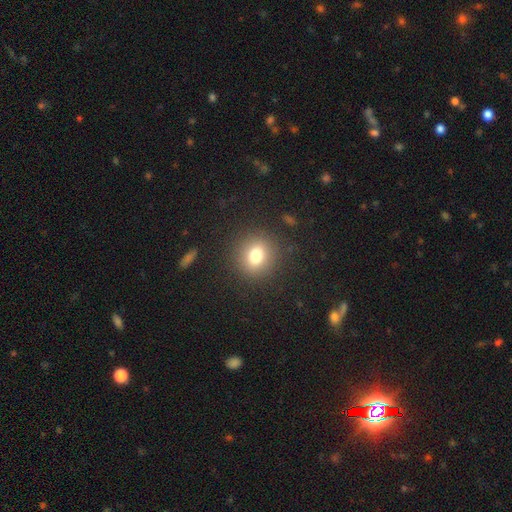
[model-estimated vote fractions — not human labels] smooth 76%, star or artifact 13%, featured or disk 11%. Down the decision tree: how rounded — round (79%); merging — none (88%).